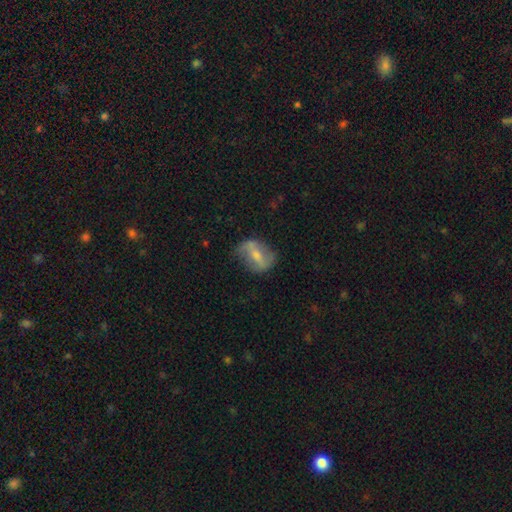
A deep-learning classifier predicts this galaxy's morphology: Q: Smooth or featured?
A: featured or disk (60%); runner-up: smooth (32%)
Q: Edge-on disk?
A: no (92%); runner-up: yes (8%)
Q: Bar?
A: strong (44%); runner-up: weak (37%)
Q: Spiral arms?
A: yes (66%); runner-up: no (34%)
Q: Bulge size?
A: moderate (45%); runner-up: small (43%)
Q: Merging?
A: none (65%); runner-up: minor disturbance (24%)